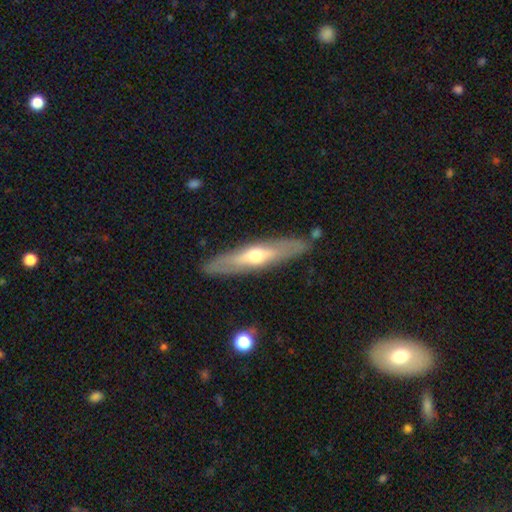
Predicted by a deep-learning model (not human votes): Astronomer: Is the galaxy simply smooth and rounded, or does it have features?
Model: featured or disk — 58% (runner-up: smooth, 37%).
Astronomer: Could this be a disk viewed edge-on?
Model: yes — 74%.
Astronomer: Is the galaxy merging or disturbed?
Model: none — 86%.